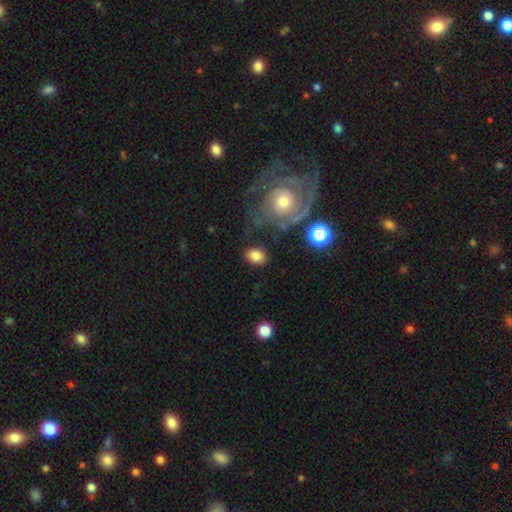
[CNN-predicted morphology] Overall: smooth (80%). How rounded: in between (65%; round 34%). Merging: none (78%).